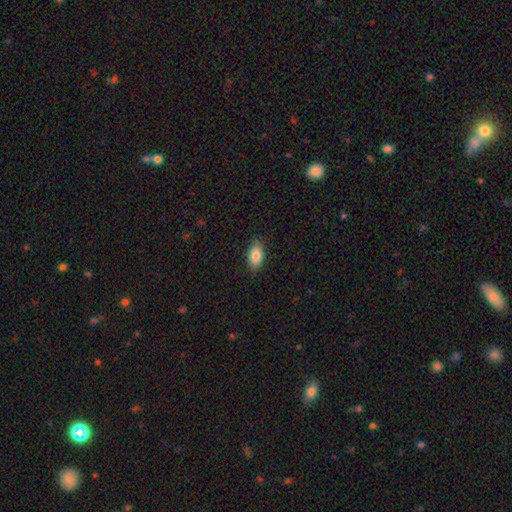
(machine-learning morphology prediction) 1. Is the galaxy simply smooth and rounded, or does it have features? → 85% smooth, 8% featured or disk, 7% star or artifact.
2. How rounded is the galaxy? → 92% in between, 5% round, 3% cigar-shaped.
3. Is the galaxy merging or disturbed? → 85% none, 11% minor disturbance, 2% major disturbance, 1% merger.